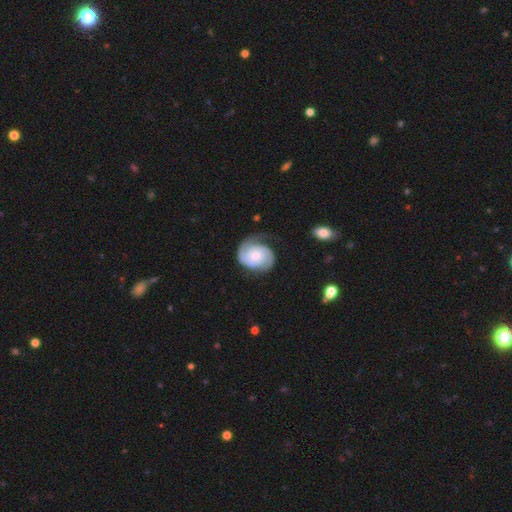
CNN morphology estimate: type=featured or disk (80%); edge-on=no (98%); bar=no (70%); spiral arms=yes (96%); winding=tight (62%); arm count=2 (68%); bulge=small (46%); merging=none (63%).